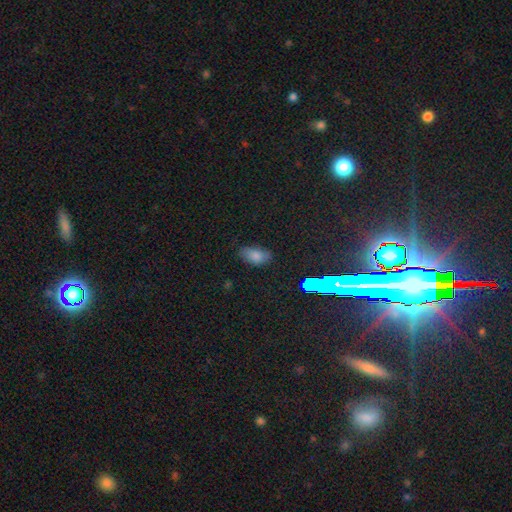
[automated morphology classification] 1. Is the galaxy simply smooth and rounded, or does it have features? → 78% smooth, 14% star or artifact, 8% featured or disk.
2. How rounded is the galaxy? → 91% in between, 6% round, 3% cigar-shaped.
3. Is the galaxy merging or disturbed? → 74% none, 20% minor disturbance, 4% major disturbance, 2% merger.